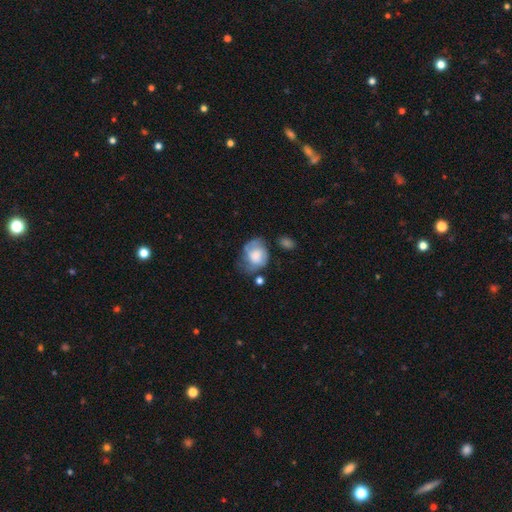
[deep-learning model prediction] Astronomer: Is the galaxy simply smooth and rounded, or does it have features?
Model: smooth — 59%.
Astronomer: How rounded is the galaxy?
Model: in between — 54% (runner-up: round, 45%).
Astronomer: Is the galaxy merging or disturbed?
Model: none — 35% (runner-up: minor disturbance, 33%).